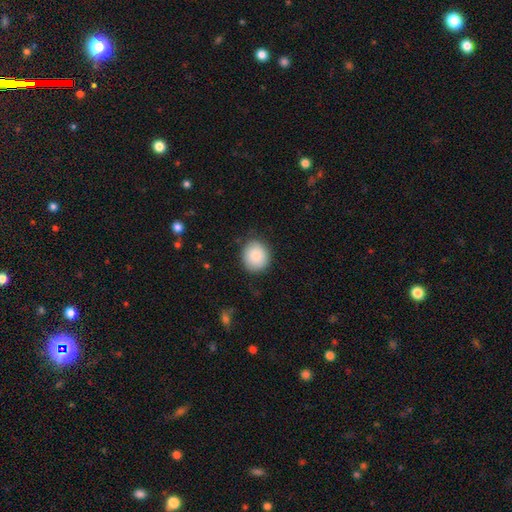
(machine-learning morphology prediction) Smooth or featured?
  - smooth: 85% *
  - star or artifact: 8%
  - featured or disk: 7%
How rounded?
  - round: 79% *
  - in between: 21%
  - cigar-shaped: 1%
Merging?
  - none: 84% *
  - minor disturbance: 12%
  - major disturbance: 3%
  - merger: 1%